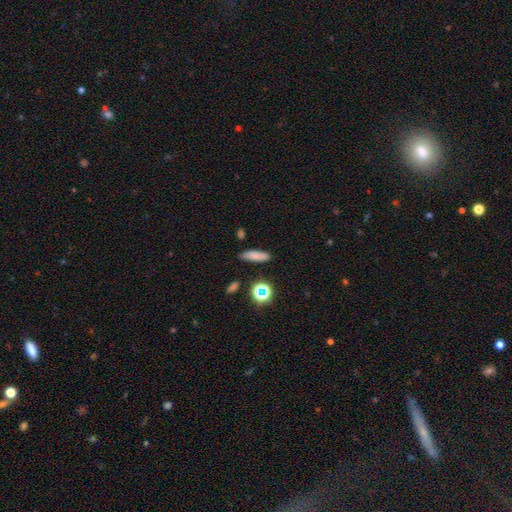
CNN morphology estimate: Smooth or featured? Predicted: smooth (p=0.76). How rounded? Predicted: cigar-shaped (p=0.50). Merging? Predicted: none (p=0.78).